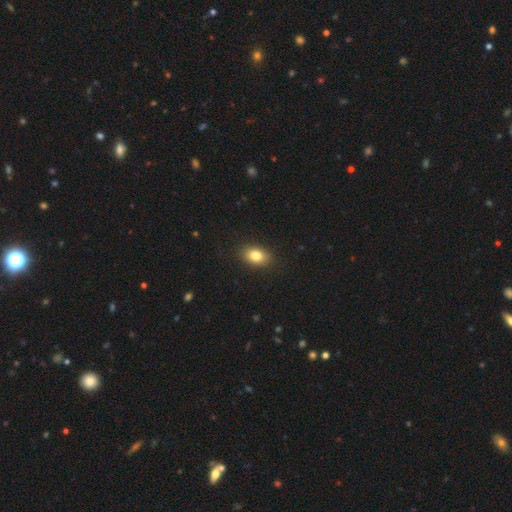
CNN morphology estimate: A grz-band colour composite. It shows a smooth galaxy with no disk features (82%) that is in between round and cigar-shaped (78%). Merging: none (89%).